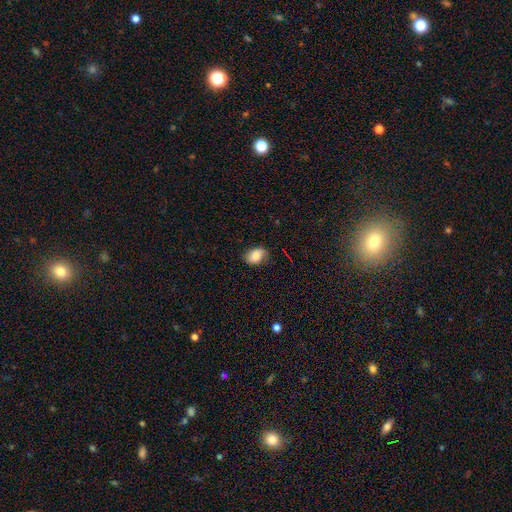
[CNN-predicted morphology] A smooth galaxy with no disk features (76%) that is in between round and cigar-shaped (78%).

Vote fractions:
- Smooth or featured? smooth: 76% / featured or disk: 16% / star or artifact: 9%
- How rounded? in between: 78% / round: 21% / cigar-shaped: 1%
- Merging? none: 71% / minor disturbance: 22% / major disturbance: 5% / merger: 1%